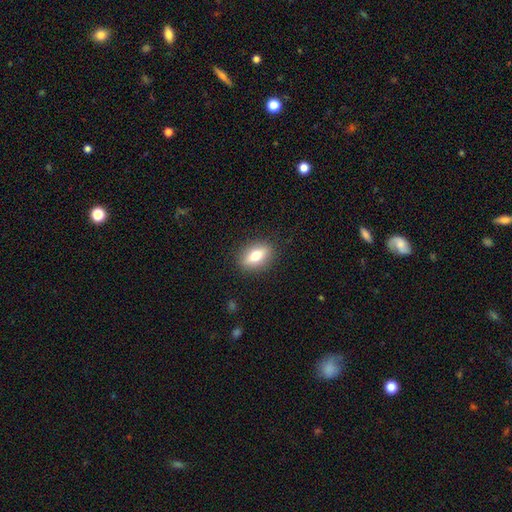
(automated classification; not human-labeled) smooth_or_featured: smooth (p=0.67) [alt: featured or disk p=0.25]
how_rounded: in between (p=0.76) [alt: round p=0.15]
merging: none (p=0.88) [alt: minor disturbance p=0.09]